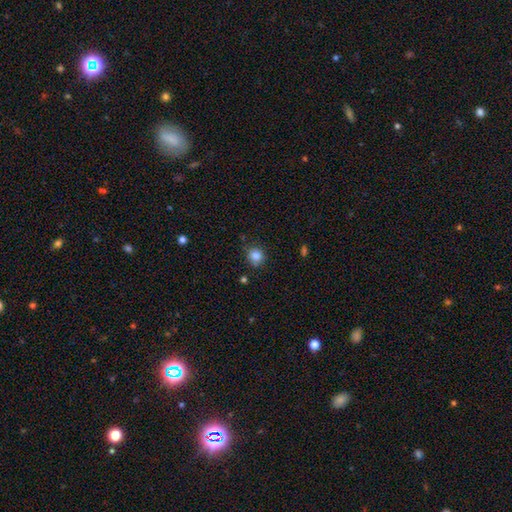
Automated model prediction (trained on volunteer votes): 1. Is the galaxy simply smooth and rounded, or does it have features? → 85% smooth, 11% star or artifact, 4% featured or disk.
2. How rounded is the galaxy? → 87% round, 12% in between, 1% cigar-shaped.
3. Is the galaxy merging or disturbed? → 81% none, 13% minor disturbance, 3% major disturbance, 3% merger.